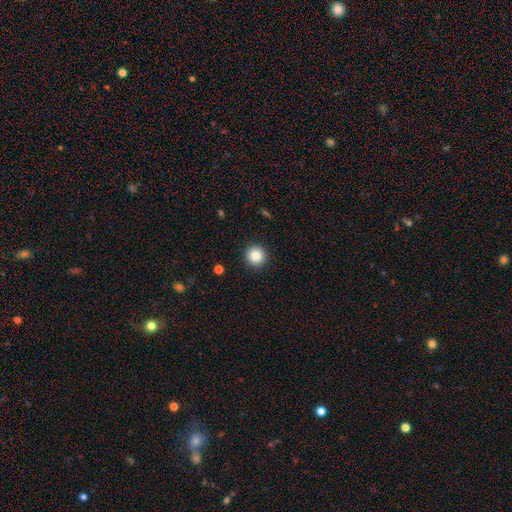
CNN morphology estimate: Smooth or featured: smooth — 84% (star or artifact — 10%)
How rounded: round — 96% (in between — 4%)
Merging: none — 92% (minor disturbance — 5%)